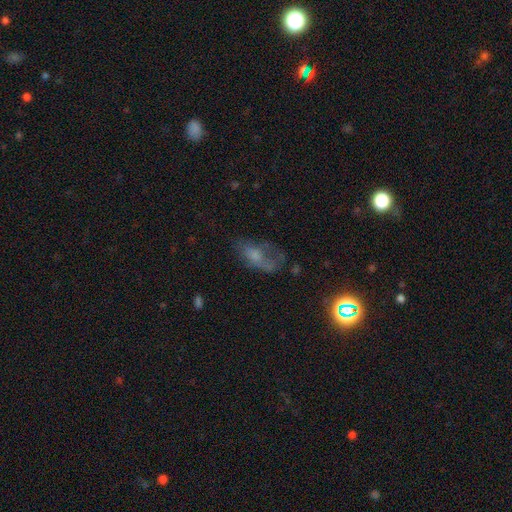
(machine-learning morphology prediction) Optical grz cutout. It shows a smooth galaxy with no disk features (48%). Merging: major disturbance (36%).